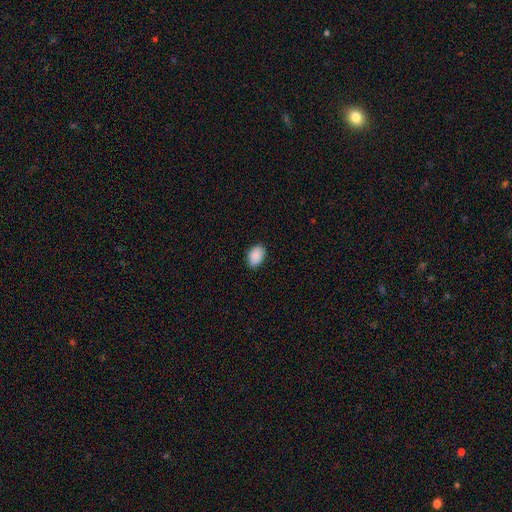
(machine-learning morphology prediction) Smooth or featured? smooth (91%)
How rounded? in between (87%)
Merging? none (88%)